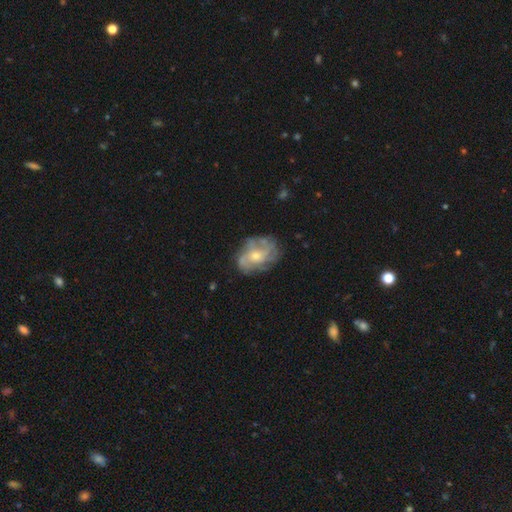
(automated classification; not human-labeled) A featured or disk galaxy (73%) with no bar (70%), medium (40%) spiral arms (80%) and a moderate central bulge (51%).

Vote fractions:
- Smooth or featured? featured or disk: 73% / smooth: 19% / star or artifact: 8%
- Edge-on disk? no: 97% / yes: 3%
- Bar? no: 70% / weak: 25% / strong: 4%
- Spiral arms? yes: 80% / no: 20%
- Spiral winding? medium: 40% / tight: 38% / loose: 22%
- Spiral arm count? can't tell: 42% / 3: 17% / 2: 15% / 4: 14% / more than 4: 6% / 1: 5%
- Bulge size? moderate: 51% / small: 43% / large: 2% / none: 2% / dominant: 1%
- Merging? none: 70% / minor disturbance: 20% / major disturbance: 9% / merger: 2%